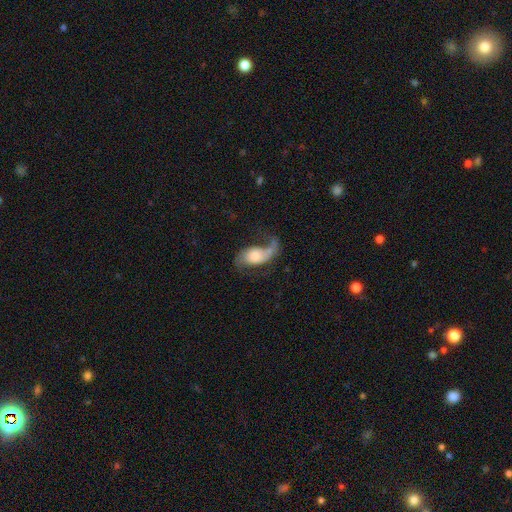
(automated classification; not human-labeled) Morphology: type=featured or disk (67%); edge-on=no (95%); bar=no (66%); spiral arms=yes (90%); winding=loose (79%); arm count=2 (65%); bulge=moderate (35%); merging=none (38%).